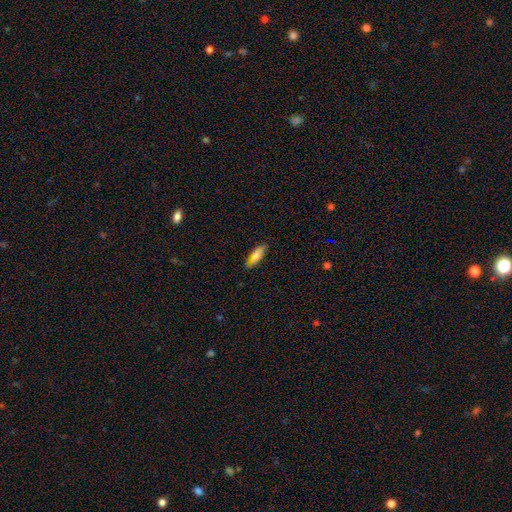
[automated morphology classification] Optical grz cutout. It shows a smooth galaxy with no disk features (78%) that is in between round and cigar-shaped (56%). Merging: none (78%).